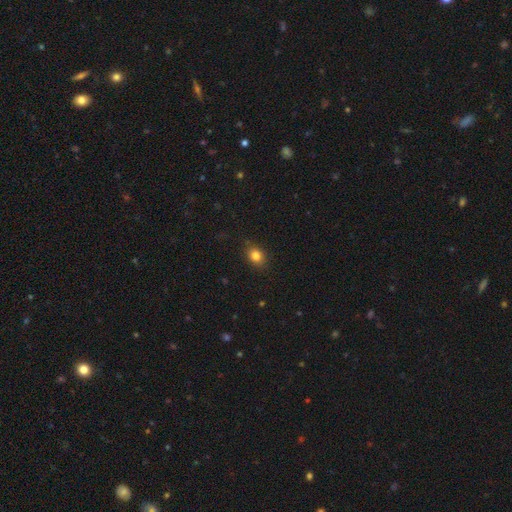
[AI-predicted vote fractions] This is clearly a smooth galaxy (83%). How rounded: possibly in between (53%). Merging: clearly none (84%).